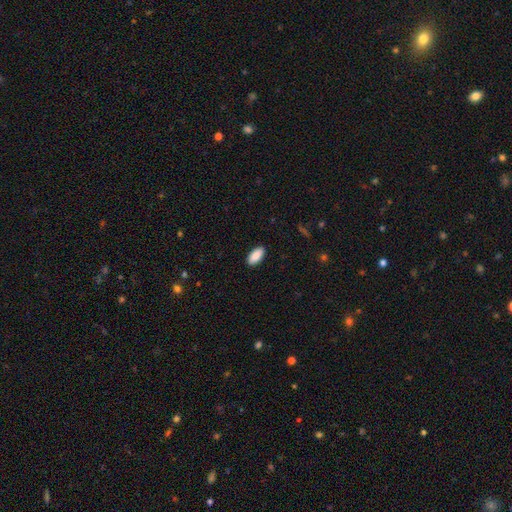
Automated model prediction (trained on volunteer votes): Smooth or featured? Predicted: smooth (p=0.90). How rounded? Predicted: in between (p=0.91). Merging? Predicted: none (p=0.90).